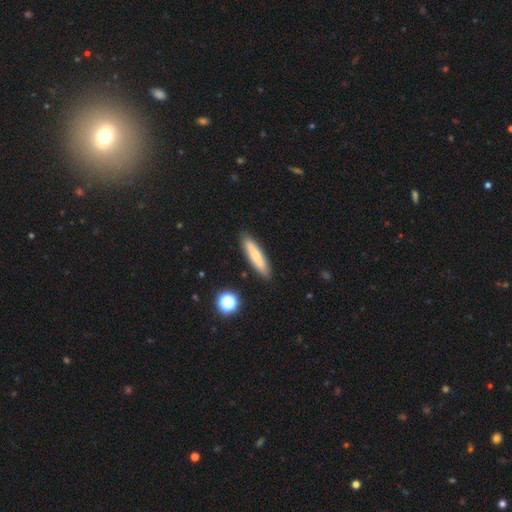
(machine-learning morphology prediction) A smooth galaxy with no disk features (72%) that is cigar-shaped (84%).

Vote fractions:
- Smooth or featured? smooth: 72% / featured or disk: 20% / star or artifact: 8%
- How rounded? cigar-shaped: 84% / in between: 15% / round: 2%
- Merging? none: 89% / minor disturbance: 8% / major disturbance: 2% / merger: 2%